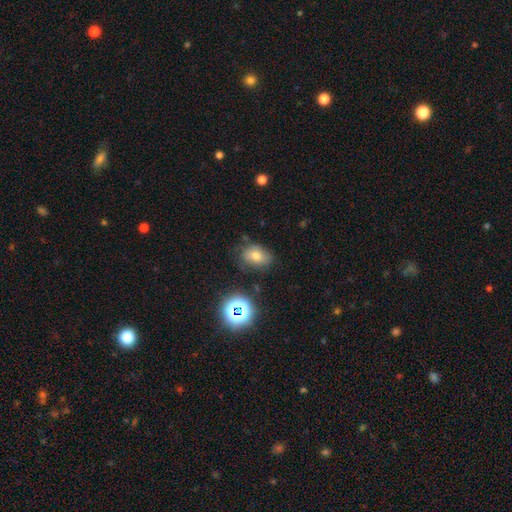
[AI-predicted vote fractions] A smooth galaxy with no disk features (68%) that is in between round and cigar-shaped (76%).

Vote fractions:
- Smooth or featured? smooth: 68% / star or artifact: 18% / featured or disk: 14%
- How rounded? in between: 76% / round: 23% / cigar-shaped: 1%
- Merging? none: 67% / minor disturbance: 23% / major disturbance: 7% / merger: 4%